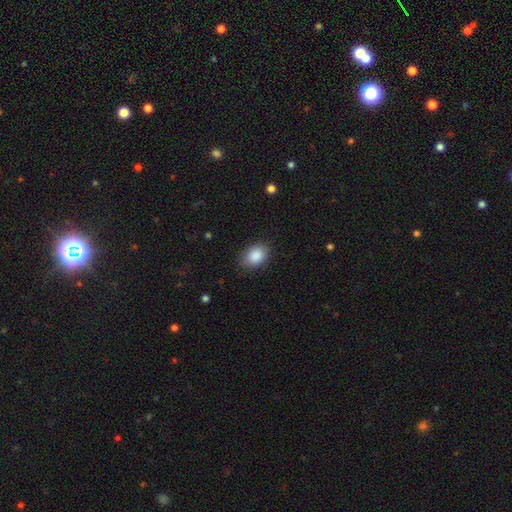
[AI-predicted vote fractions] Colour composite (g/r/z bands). It shows a smooth galaxy with no disk features (88%) that is in between round and cigar-shaped (77%). Merging: none (83%).